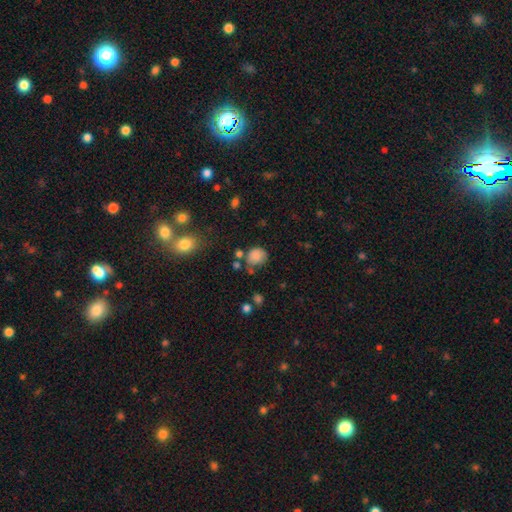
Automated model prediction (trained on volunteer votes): Smooth or featured? smooth (82%)
How rounded? round (70%)
Merging? none (56%)